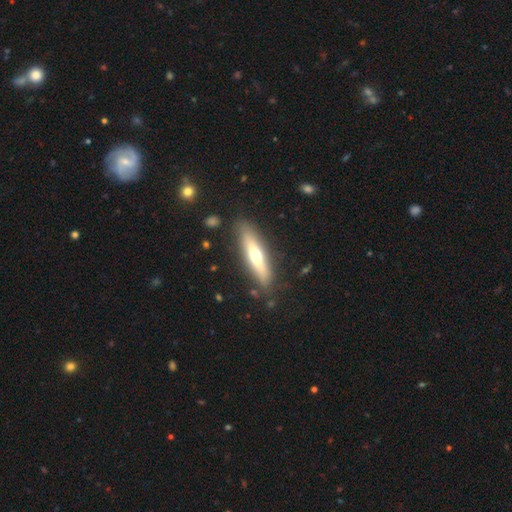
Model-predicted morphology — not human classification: smooth-or-featured: featured or disk: 47% (tied) | smooth: 47% (tied) | star or artifact: 6%
  merging: none: 85% | minor disturbance: 10% | major disturbance: 3% | merger: 2%